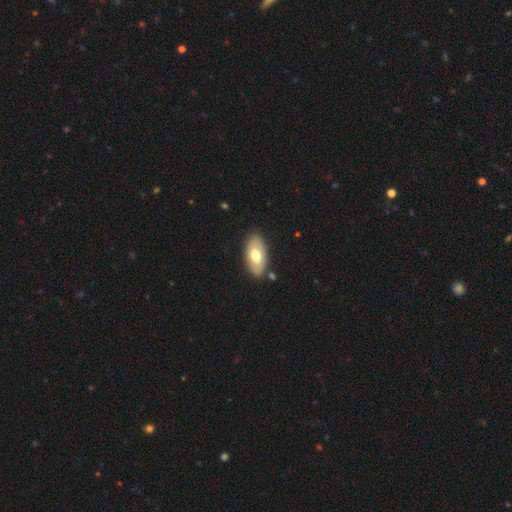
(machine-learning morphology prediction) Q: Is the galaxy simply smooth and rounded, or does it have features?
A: smooth — 61%.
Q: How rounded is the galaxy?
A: in between — 93%.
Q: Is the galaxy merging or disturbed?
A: none — 82%.